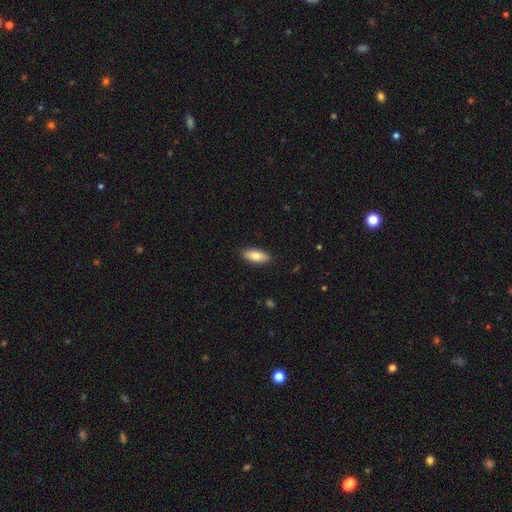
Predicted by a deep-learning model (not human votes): smooth-or-featured: smooth: 79% | featured or disk: 15% | star or artifact: 6%
  how-rounded: in between: 79% | cigar-shaped: 19% | round: 2%
  merging: none: 89% | minor disturbance: 8% | major disturbance: 2% | merger: 1%